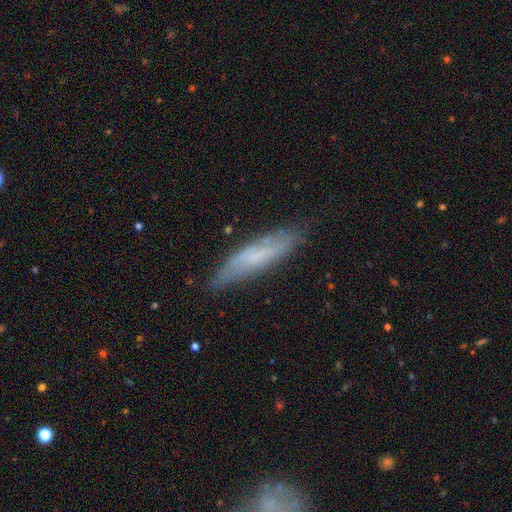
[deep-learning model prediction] Overall: smooth (47%; featured or disk 46%). Merging: none (73%).